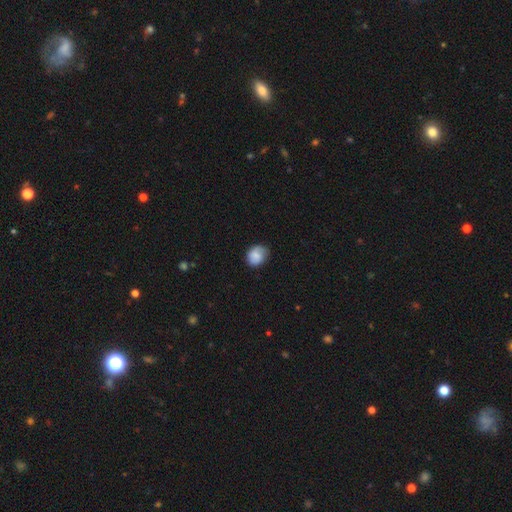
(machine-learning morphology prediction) Overall: smooth (75%). How rounded: round (54%; in between 45%). Merging: none (73%).